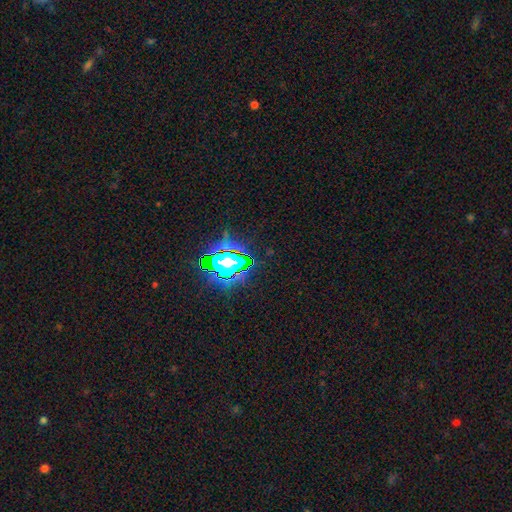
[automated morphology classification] Overall: star or artifact (83%).